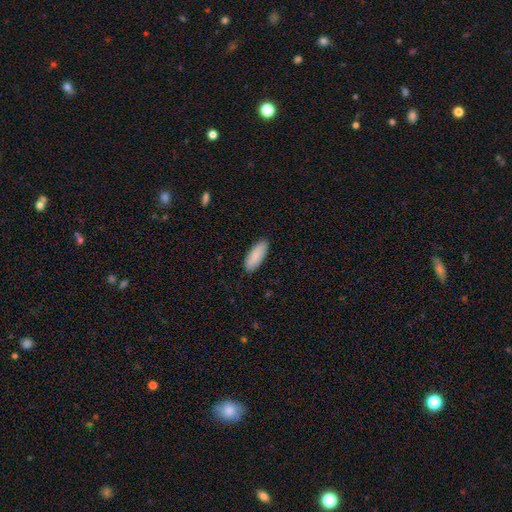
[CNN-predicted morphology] Smooth or featured: smooth — 88% (featured or disk — 6%)
How rounded: in between — 74% (cigar-shaped — 24%)
Merging: none — 89% (minor disturbance — 9%)